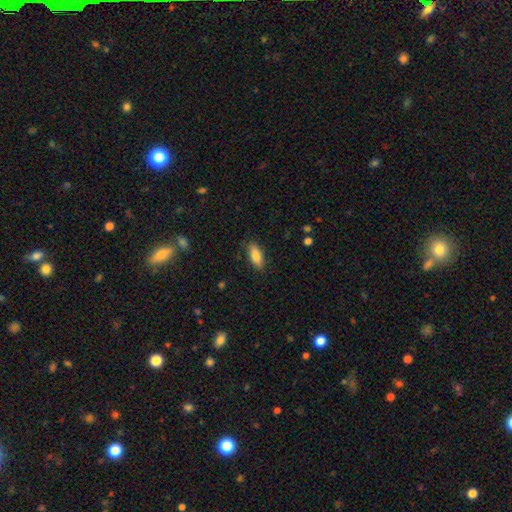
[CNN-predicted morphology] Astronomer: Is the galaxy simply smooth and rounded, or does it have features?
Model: smooth — 83%.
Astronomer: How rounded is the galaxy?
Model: in between — 81%.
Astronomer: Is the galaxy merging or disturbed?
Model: none — 83%.